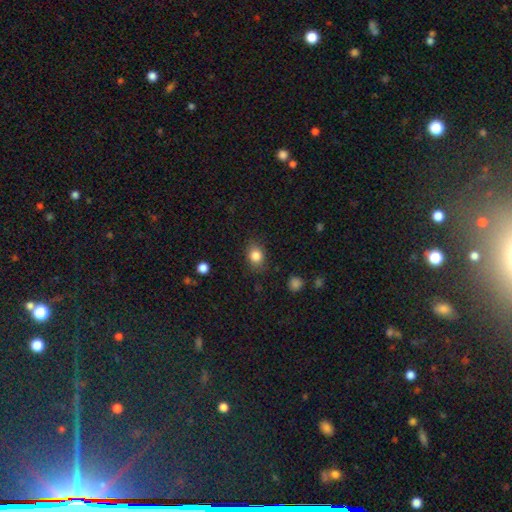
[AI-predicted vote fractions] The model was most divided on "how rounded": in between: 51%, round: 48%, cigar-shaped: 1%. More confident: smooth or featured — smooth (84%); merging — none (81%).